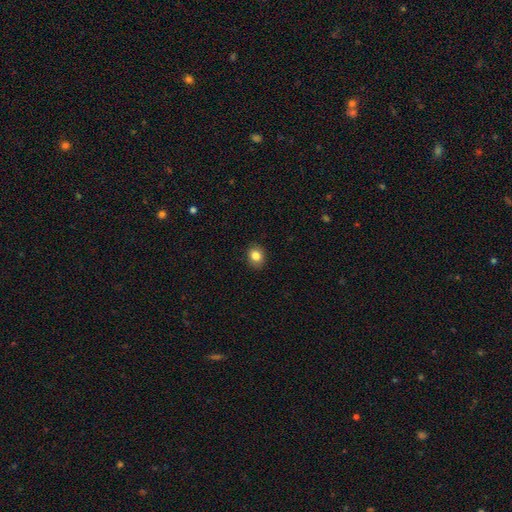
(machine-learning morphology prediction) smooth_or_featured: smooth (p=0.83) [alt: star or artifact p=0.10]
how_rounded: round (p=0.56) [alt: in between p=0.43]
merging: none (p=0.89) [alt: minor disturbance p=0.08]